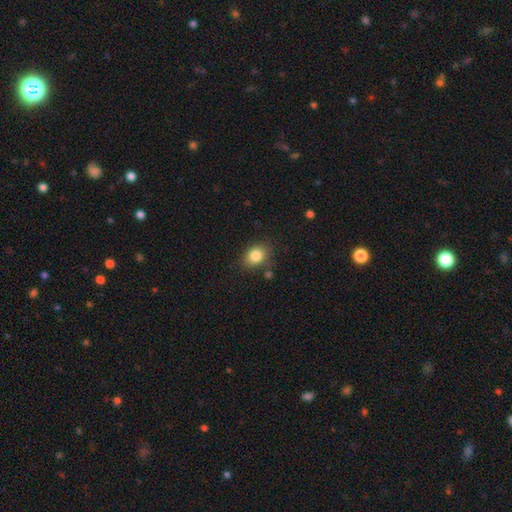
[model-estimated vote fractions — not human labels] Smooth or featured: smooth — 84% (star or artifact — 10%)
How rounded: in between — 55% (round — 44%)
Merging: none — 79% (minor disturbance — 14%)